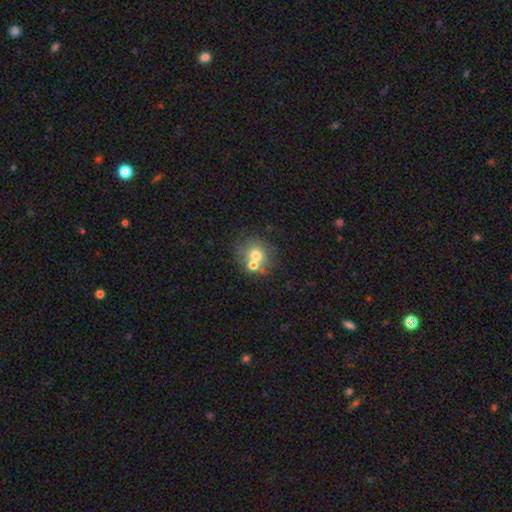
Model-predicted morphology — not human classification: Smooth or featured?
  - smooth: 66% *
  - featured or disk: 22%
  - star or artifact: 13%
How rounded?
  - round: 73% *
  - in between: 26%
  - cigar-shaped: 1%
Merging?
  - none: 50% *
  - merger: 35%
  - minor disturbance: 10%
  - major disturbance: 5%